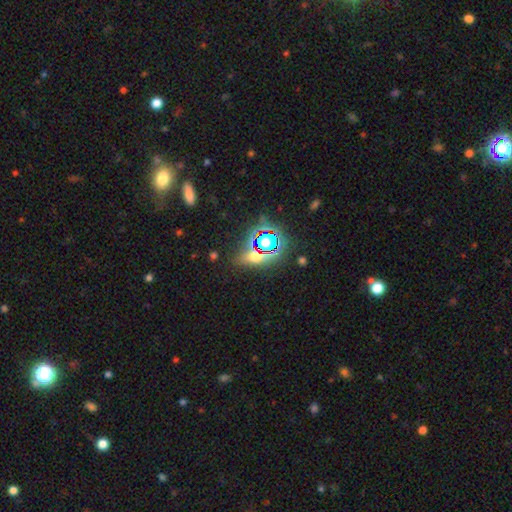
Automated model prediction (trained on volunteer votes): star or artifact 50%, smooth 37%, featured or disk 12%.